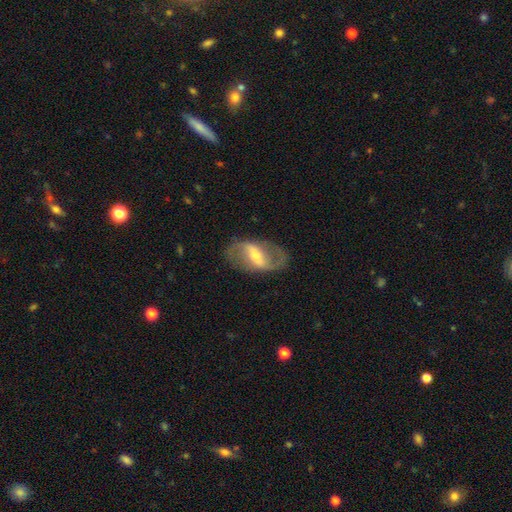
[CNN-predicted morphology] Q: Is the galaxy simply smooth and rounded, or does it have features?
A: featured or disk — 83%.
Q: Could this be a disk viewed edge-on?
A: no — 95%.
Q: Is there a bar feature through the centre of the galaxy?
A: strong — 50%.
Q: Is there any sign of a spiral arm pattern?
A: yes — 90%.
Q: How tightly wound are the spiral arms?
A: loose — 54%.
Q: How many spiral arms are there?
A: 2 — 91%.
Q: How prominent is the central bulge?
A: small — 50%.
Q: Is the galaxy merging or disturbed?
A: none — 79%.